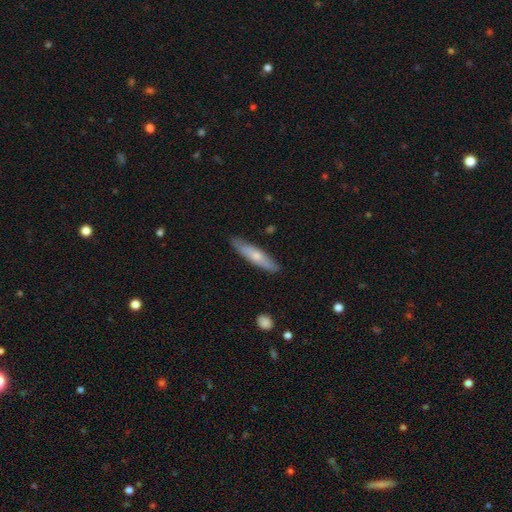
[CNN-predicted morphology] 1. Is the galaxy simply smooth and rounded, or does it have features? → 55% smooth, 39% featured or disk, 6% star or artifact.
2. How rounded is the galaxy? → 83% cigar-shaped, 16% in between, 2% round.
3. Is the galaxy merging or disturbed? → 86% none, 11% minor disturbance, 2% major disturbance, 1% merger.